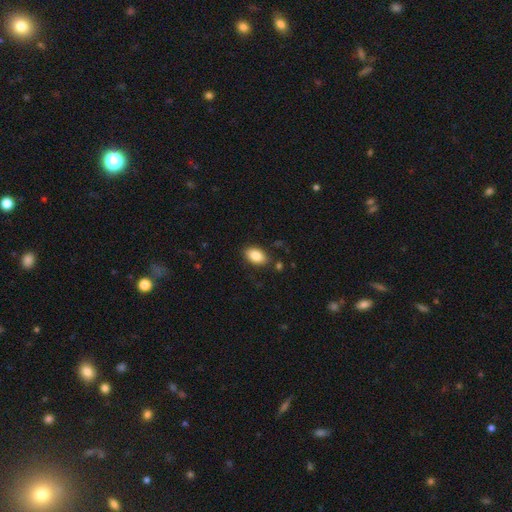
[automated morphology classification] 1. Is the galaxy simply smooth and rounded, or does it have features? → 87% smooth, 7% star or artifact, 6% featured or disk.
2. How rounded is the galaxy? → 91% in between, 8% round, 2% cigar-shaped.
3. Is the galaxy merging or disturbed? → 85% none, 10% minor disturbance, 3% major disturbance, 2% merger.